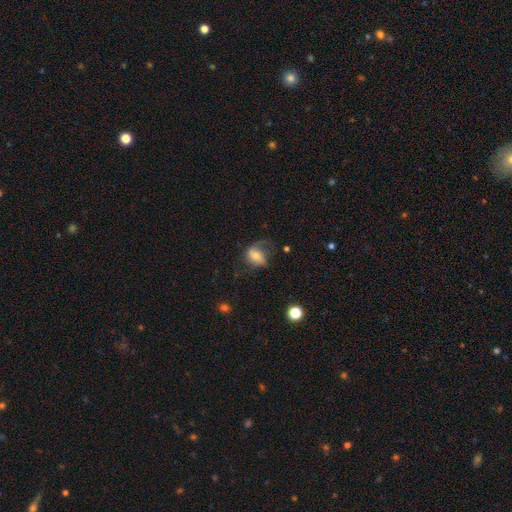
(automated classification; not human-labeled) Smooth or featured? Predicted: smooth (p=0.46). Merging? Predicted: none (p=0.41).